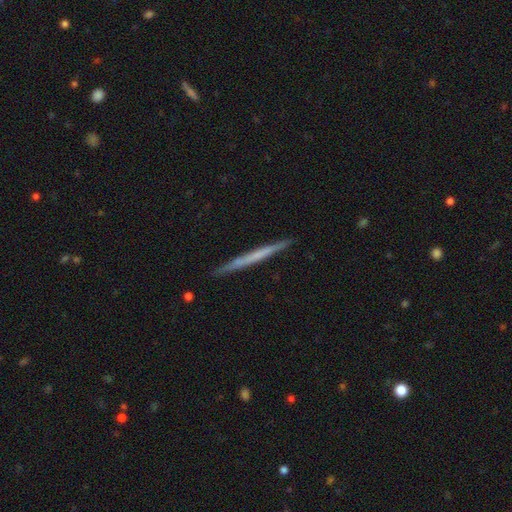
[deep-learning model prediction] Smooth or featured: featured or disk — 52% (smooth — 43%)
Edge-on disk: yes — 97% (no — 3%)
Edge-on bulge: none — 89% (rounded — 7%)
Merging: none — 90% (minor disturbance — 7%)